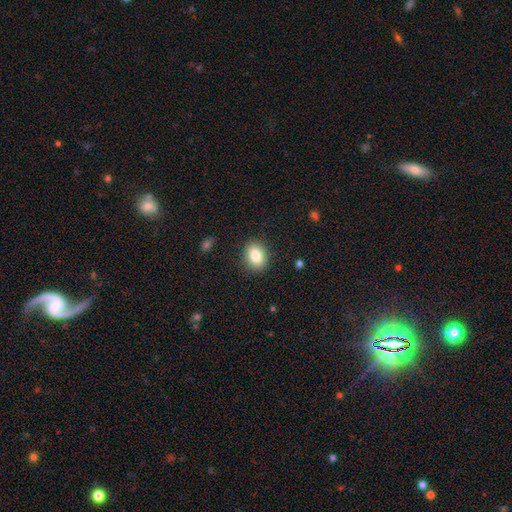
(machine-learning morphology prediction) A smooth galaxy with no disk features (84%) that is in between round and cigar-shaped (64%).

Vote fractions:
- Smooth or featured? smooth: 84% / star or artifact: 8% / featured or disk: 7%
- How rounded? in between: 64% / round: 34% / cigar-shaped: 1%
- Merging? none: 87% / minor disturbance: 9% / major disturbance: 3% / merger: 1%